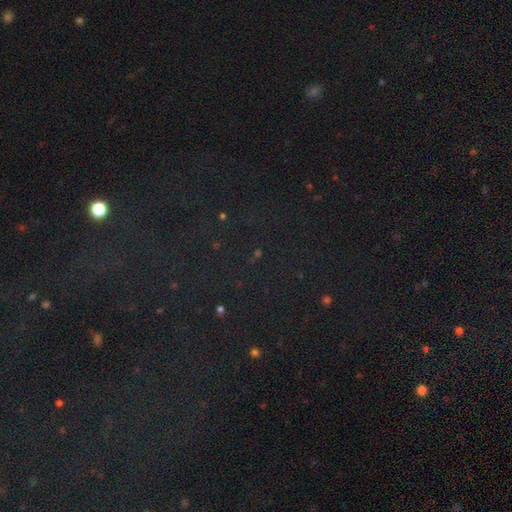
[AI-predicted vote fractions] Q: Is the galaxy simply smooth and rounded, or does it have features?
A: star or artifact — 80%.